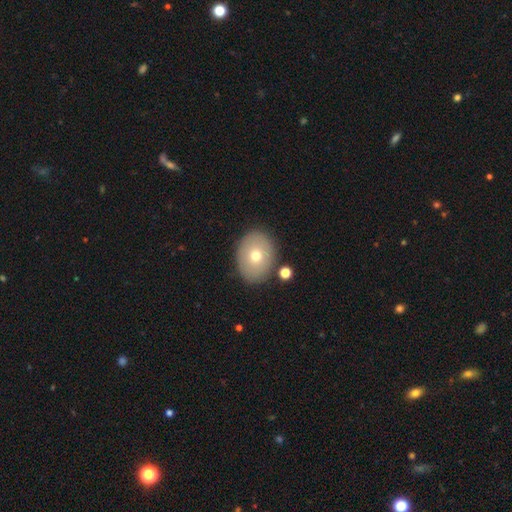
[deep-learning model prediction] This appears to be a smooth galaxy with no disk features (67%) that is in between round and cigar-shaped (63%). Merging: none (84%).